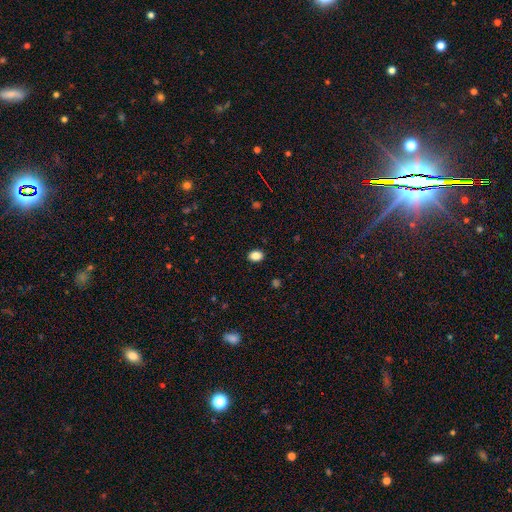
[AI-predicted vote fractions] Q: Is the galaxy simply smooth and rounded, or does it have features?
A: smooth — 86%.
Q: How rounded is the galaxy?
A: in between — 69%.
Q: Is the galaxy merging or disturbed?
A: none — 90%.